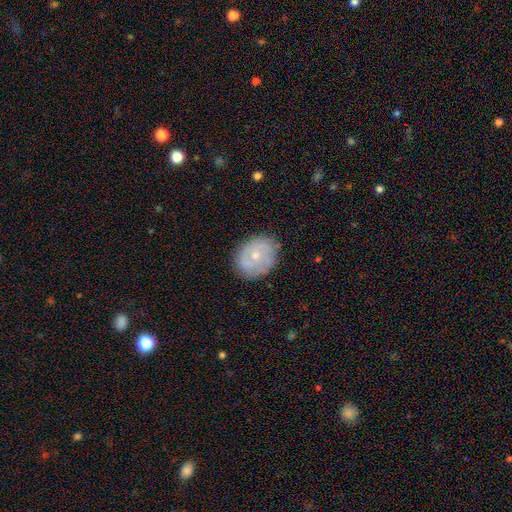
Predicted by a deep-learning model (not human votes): Overall: featured or disk (57%; smooth 37%). Edge-on disk: no (97%). Bar: no (76%). Spiral arms: yes (73%). Bulge size: small (59%; moderate 38%). Merging: none (80%).